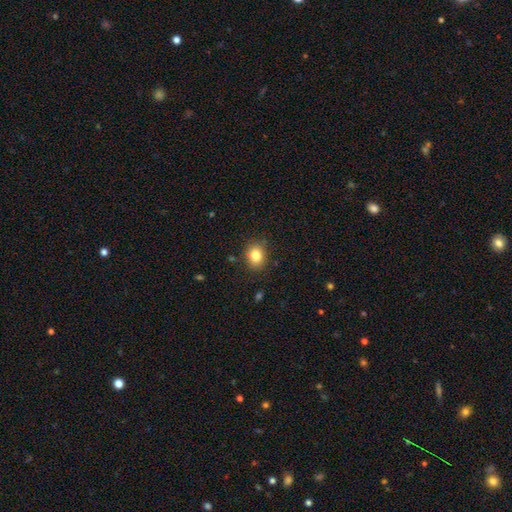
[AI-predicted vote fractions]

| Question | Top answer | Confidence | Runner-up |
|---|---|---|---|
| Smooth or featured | smooth | 82% | star or artifact (10%) |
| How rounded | round | 51% | in between (48%) |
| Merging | none | 84% | minor disturbance (11%) |